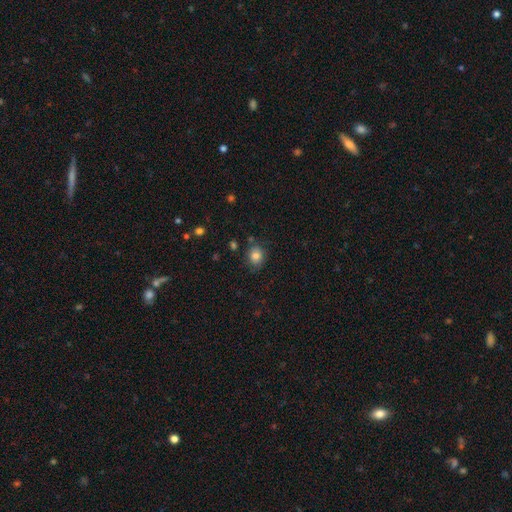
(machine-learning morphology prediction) Q: Smooth or featured?
A: smooth (81%); runner-up: star or artifact (11%)
Q: How rounded?
A: round (66%); runner-up: in between (33%)
Q: Merging?
A: none (79%); runner-up: minor disturbance (15%)